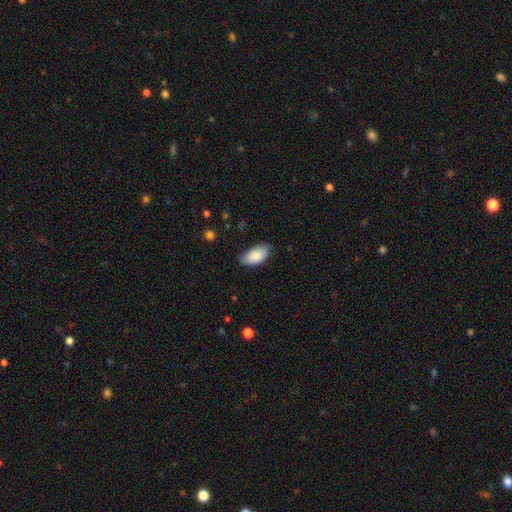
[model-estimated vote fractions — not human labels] This appears to be a smooth galaxy with no disk features (86%) that is in between round and cigar-shaped (95%). Merging: none (76%).